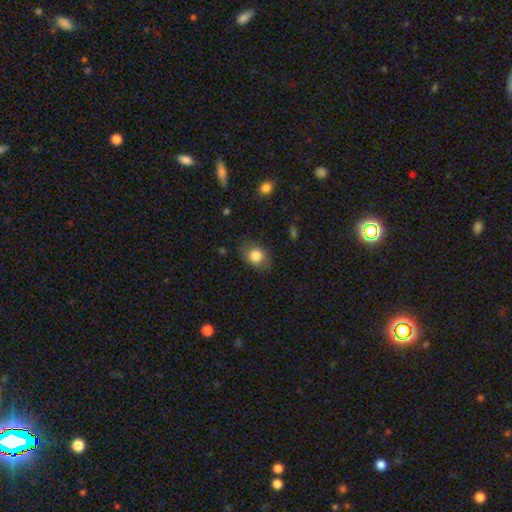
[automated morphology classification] This appears to be a smooth galaxy with no disk features (82%) that is in between round and cigar-shaped (62%). Merging: none (77%).